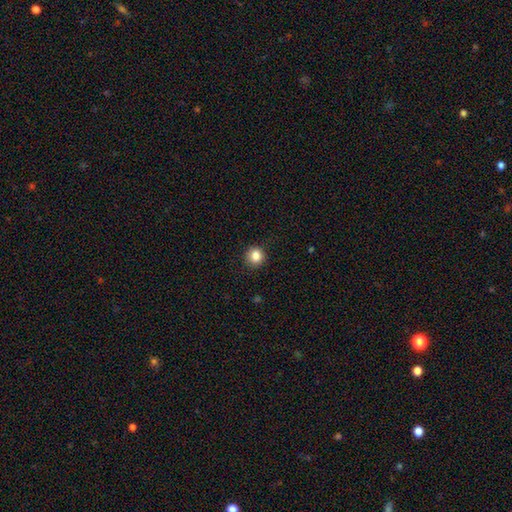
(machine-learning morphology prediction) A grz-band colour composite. It shows a smooth galaxy with no disk features (85%) that is round (88%). Merging: none (89%).